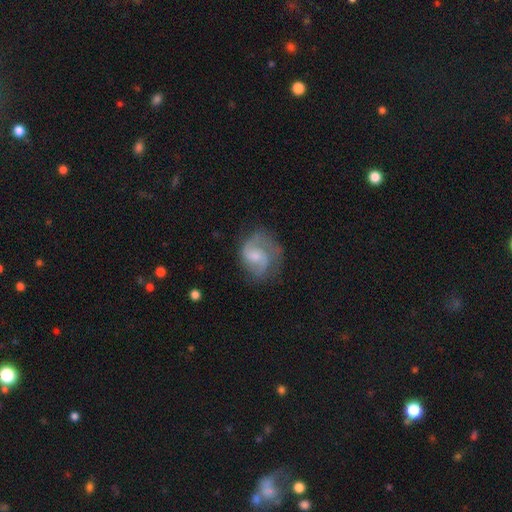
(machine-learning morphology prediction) Smooth or featured? Predicted: featured or disk (p=0.76). Edge-on disk? Predicted: no (p=0.98). Bar? Predicted: no (p=0.50). Spiral arms? Predicted: yes (p=0.93). Spiral winding? Predicted: medium (p=0.52). Spiral arm count? Predicted: 2 (p=0.77). Bulge size? Predicted: small (p=0.46). Merging? Predicted: none (p=0.62).